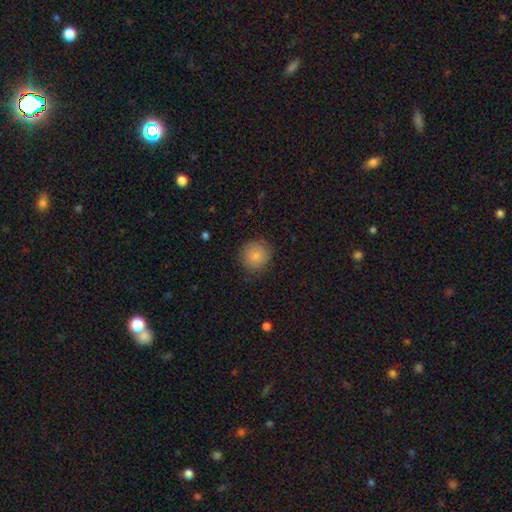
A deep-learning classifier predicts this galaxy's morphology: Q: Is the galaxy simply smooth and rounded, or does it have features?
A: smooth — 83%.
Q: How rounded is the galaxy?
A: round — 93%.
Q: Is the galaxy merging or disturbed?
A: none — 83%.